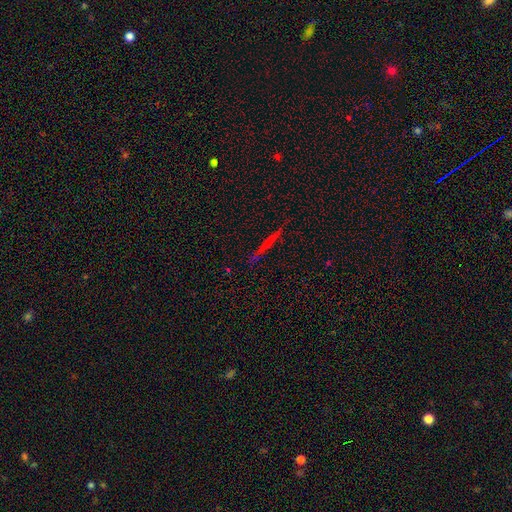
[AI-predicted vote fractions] A smooth galaxy with no disk features (37%).

Vote fractions:
- Smooth or featured? smooth: 37% / featured or disk: 33% / star or artifact: 30%
- Merging? none: 87% / minor disturbance: 8% / major disturbance: 3% / merger: 2%